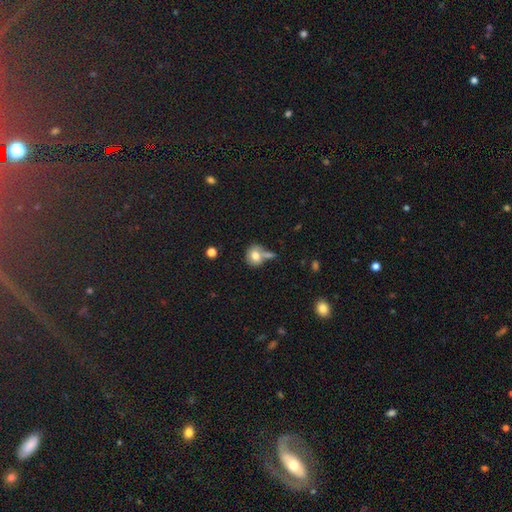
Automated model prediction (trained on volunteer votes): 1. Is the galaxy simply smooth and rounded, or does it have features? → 75% smooth, 16% featured or disk, 9% star or artifact.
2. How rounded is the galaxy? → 66% round, 32% in between, 1% cigar-shaped.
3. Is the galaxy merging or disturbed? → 42% none, 32% merger, 17% minor disturbance, 10% major disturbance.